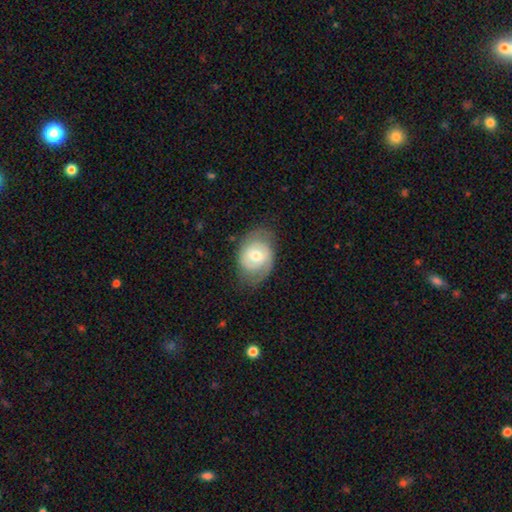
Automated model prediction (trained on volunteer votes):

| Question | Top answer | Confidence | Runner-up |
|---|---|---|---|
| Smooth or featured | featured or disk | 55% | smooth (39%) |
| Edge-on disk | no | 95% | yes (5%) |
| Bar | no | 51% | weak (39%) |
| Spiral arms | yes | 65% | no (35%) |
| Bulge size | moderate | 71% | small (19%) |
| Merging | none | 65% | minor disturbance (24%) |